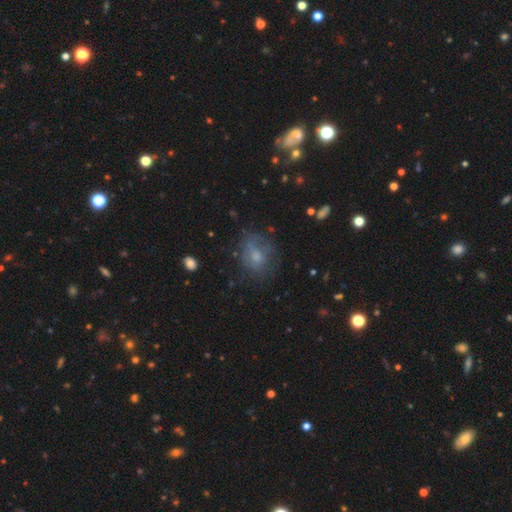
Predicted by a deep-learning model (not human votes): Smooth or featured? Predicted: smooth (p=0.56). How rounded? Predicted: in between (p=0.52). Merging? Predicted: none (p=0.52).